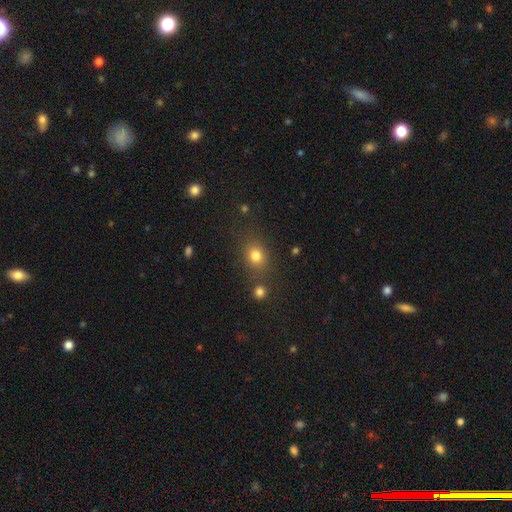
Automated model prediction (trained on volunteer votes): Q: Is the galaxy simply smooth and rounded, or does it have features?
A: smooth — 78%.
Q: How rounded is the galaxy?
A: round — 60%.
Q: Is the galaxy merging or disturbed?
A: none — 73%.